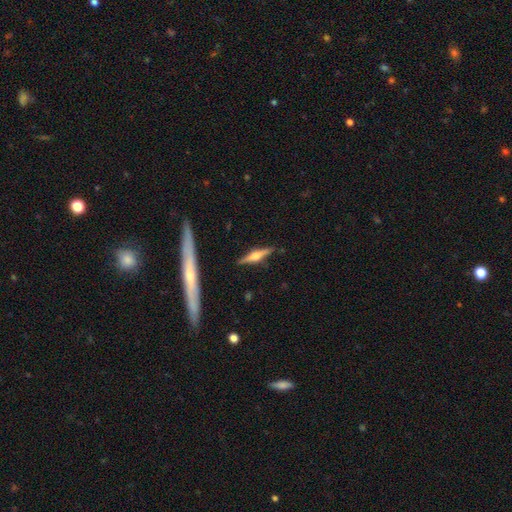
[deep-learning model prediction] featured or disk 71%, smooth 23%, star or artifact 6%. Down the decision tree: edge-on disk — yes (97%); edge-on bulge — rounded (89%); merging — none (86%).